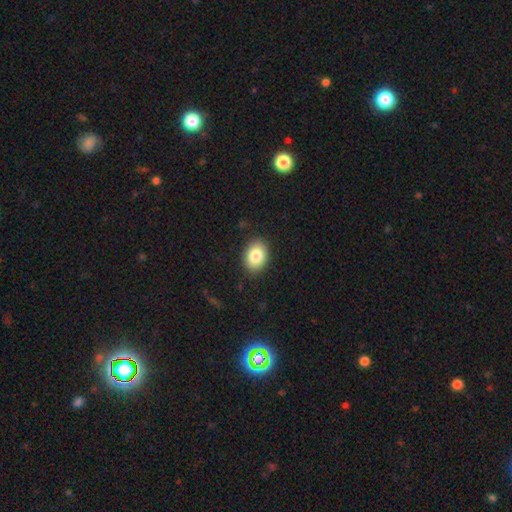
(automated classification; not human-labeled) Smooth or featured? smooth (84%)
How rounded? in between (71%)
Merging? none (87%)